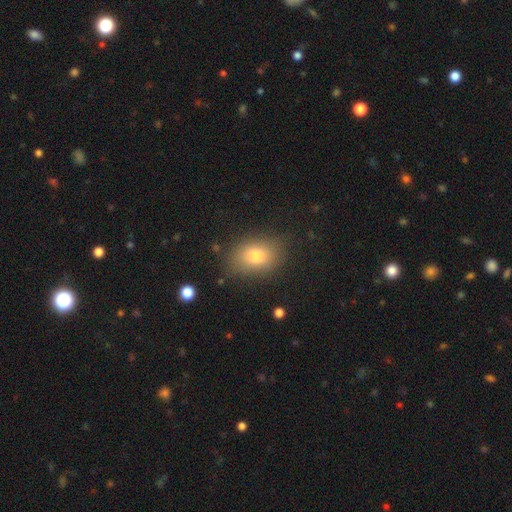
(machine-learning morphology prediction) This appears to be a smooth galaxy with no disk features (78%) that is in between round and cigar-shaped (75%). Merging: none (80%).